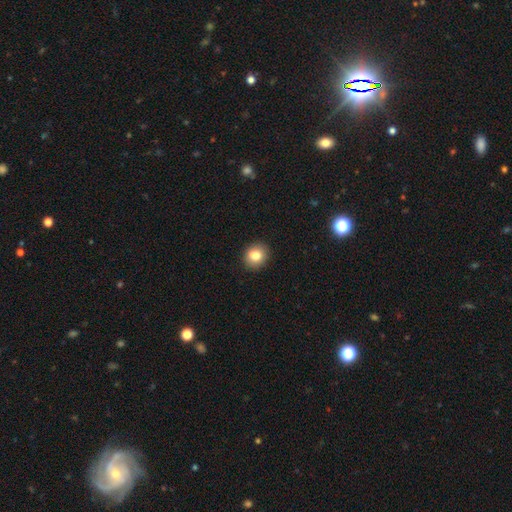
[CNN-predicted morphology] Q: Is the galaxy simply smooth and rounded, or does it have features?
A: smooth — 81%.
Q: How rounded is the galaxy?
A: round — 72%.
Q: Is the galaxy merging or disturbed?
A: none — 88%.